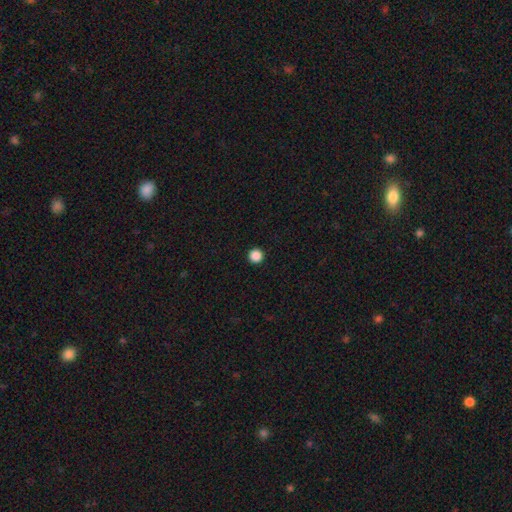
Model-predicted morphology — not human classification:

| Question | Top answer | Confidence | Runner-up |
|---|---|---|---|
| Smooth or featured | smooth | 88% | star or artifact (10%) |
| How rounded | round | 97% | in between (2%) |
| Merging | none | 94% | minor disturbance (3%) |